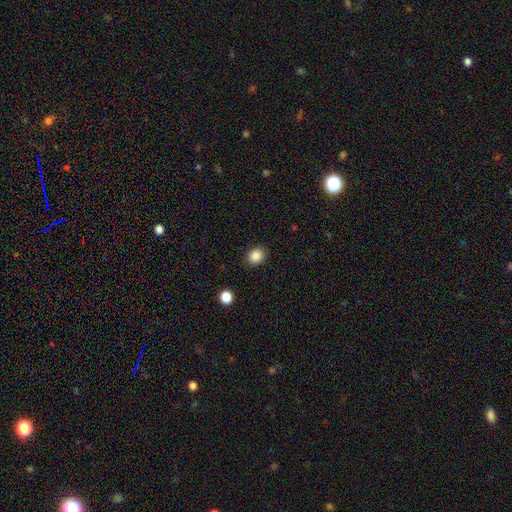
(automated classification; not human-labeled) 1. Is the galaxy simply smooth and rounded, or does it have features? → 87% smooth, 10% star or artifact, 3% featured or disk.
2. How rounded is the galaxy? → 64% round, 36% in between, 1% cigar-shaped.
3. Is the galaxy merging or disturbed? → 89% none, 7% minor disturbance, 2% major disturbance, 1% merger.